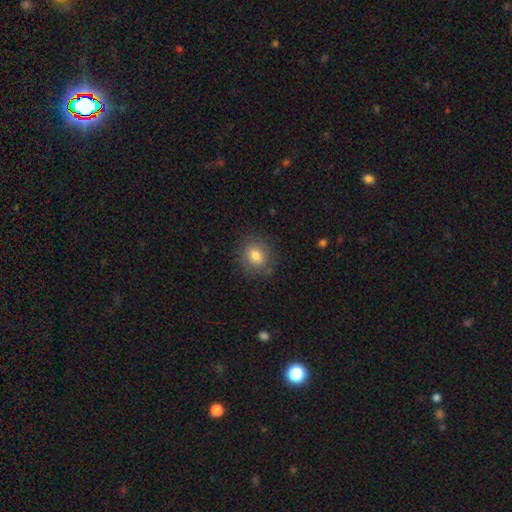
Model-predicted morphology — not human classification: type=smooth (79%); roundness=round (61%); merging=none (82%).